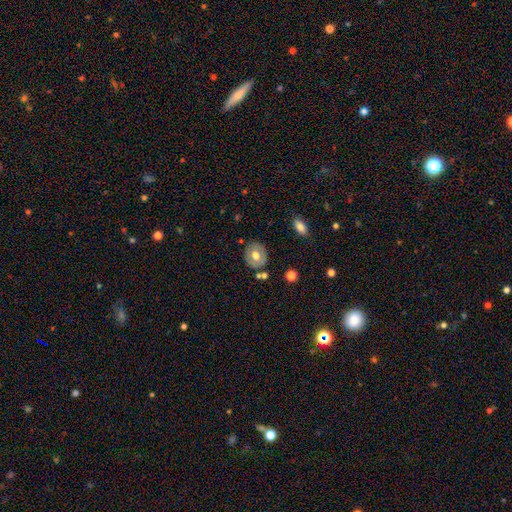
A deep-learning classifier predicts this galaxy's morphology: Overall: smooth (59%; featured or disk 33%). How rounded: round (69%; in between 30%). Merging: none (78%).